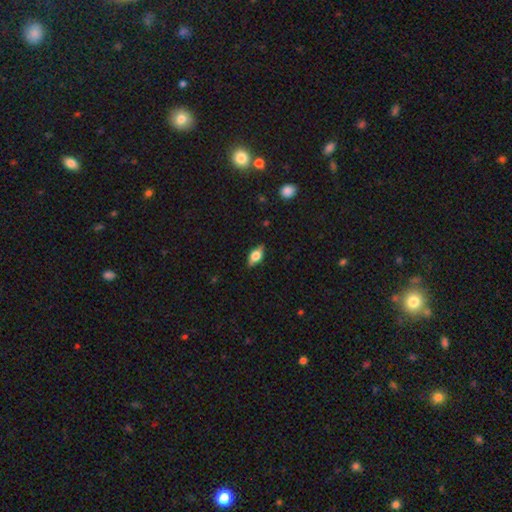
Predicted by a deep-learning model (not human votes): Smooth or featured: smooth — 54% (featured or disk — 38%)
How rounded: in between — 81% (cigar-shaped — 14%)
Merging: none — 84% (minor disturbance — 12%)